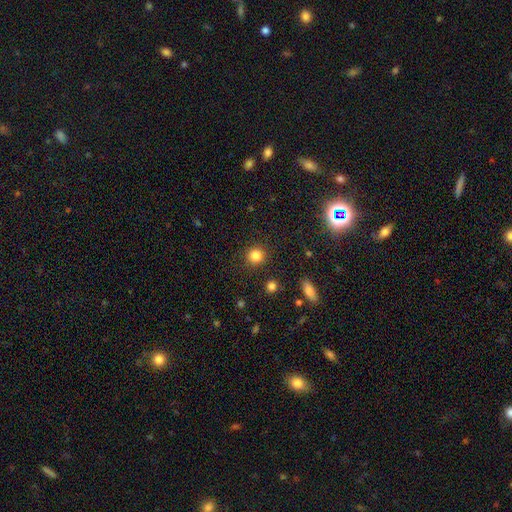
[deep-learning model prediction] Smooth or featured? smooth (83%)
How rounded? round (92%)
Merging? none (90%)